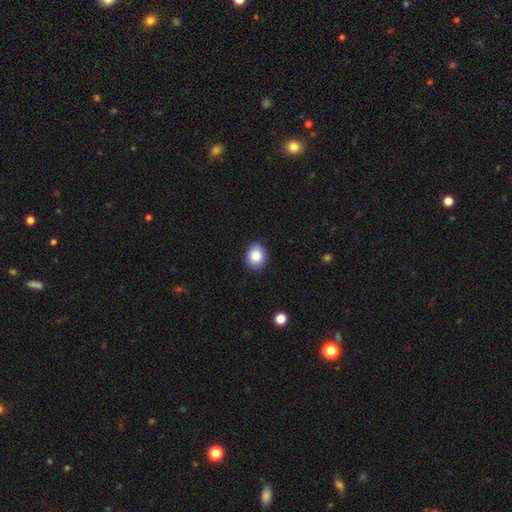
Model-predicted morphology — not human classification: A smooth galaxy with no disk features (86%) that is in between round and cigar-shaped (51%). Merging: none (86%).